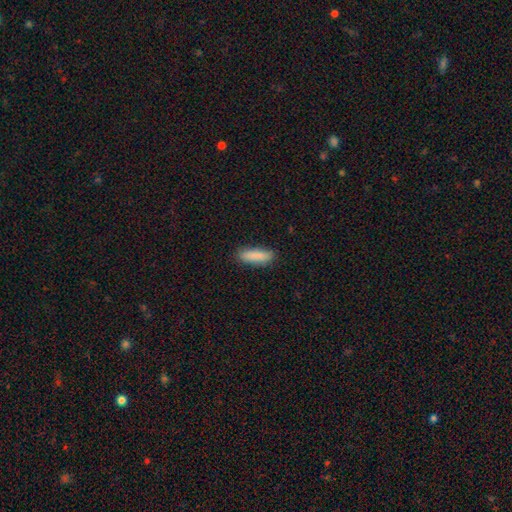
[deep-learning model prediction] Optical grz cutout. It shows a smooth galaxy with no disk features (88%) that is cigar-shaped (67%). Merging: none (87%).